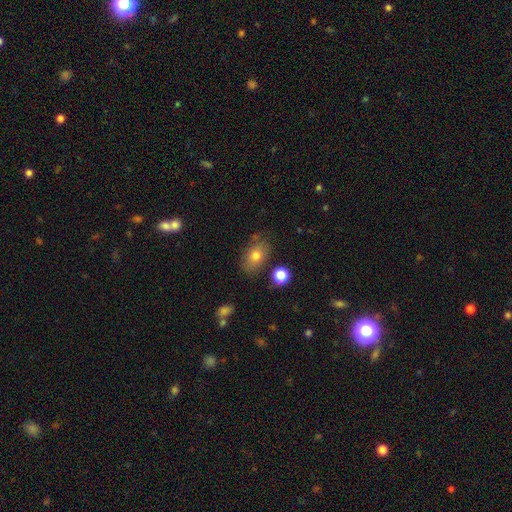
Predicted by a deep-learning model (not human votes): Morphology: type=smooth (77%); roundness=in between (82%); merging=none (73%).